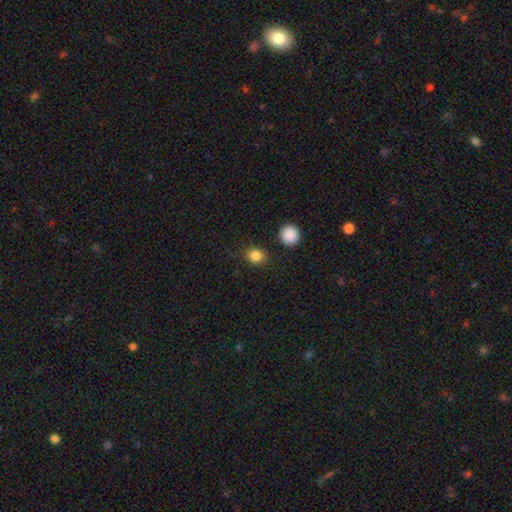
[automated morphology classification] This appears to be a smooth galaxy with no disk features (84%) that is round (73%). Merging: none (82%).